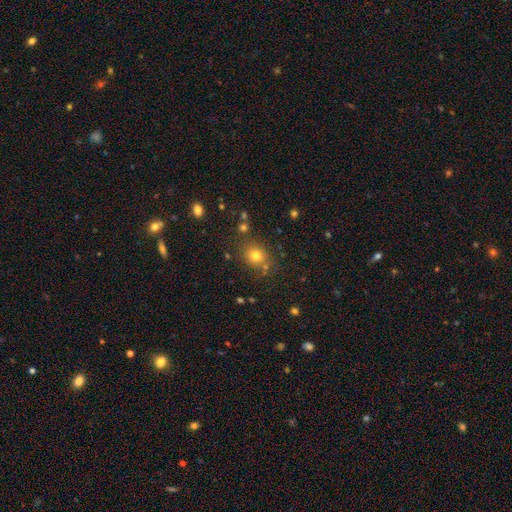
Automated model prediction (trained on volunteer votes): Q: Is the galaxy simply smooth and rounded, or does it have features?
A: smooth — 74%.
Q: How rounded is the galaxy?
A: round — 67%.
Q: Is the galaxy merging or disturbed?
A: none — 77%.